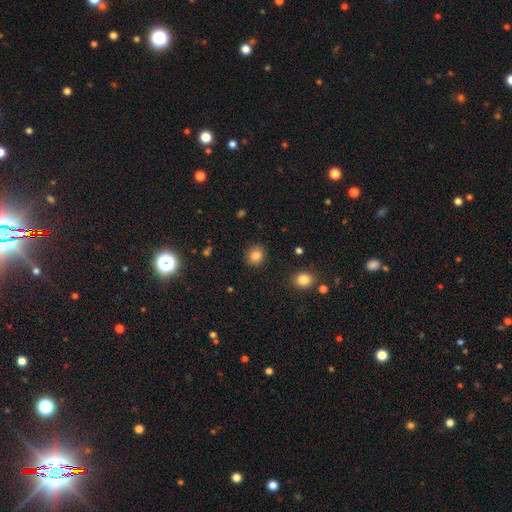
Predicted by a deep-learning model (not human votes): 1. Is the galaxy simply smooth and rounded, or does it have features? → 84% smooth, 11% star or artifact, 5% featured or disk.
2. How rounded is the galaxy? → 83% round, 16% in between, 1% cigar-shaped.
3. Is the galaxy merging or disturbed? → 89% none, 7% minor disturbance, 2% major disturbance, 1% merger.